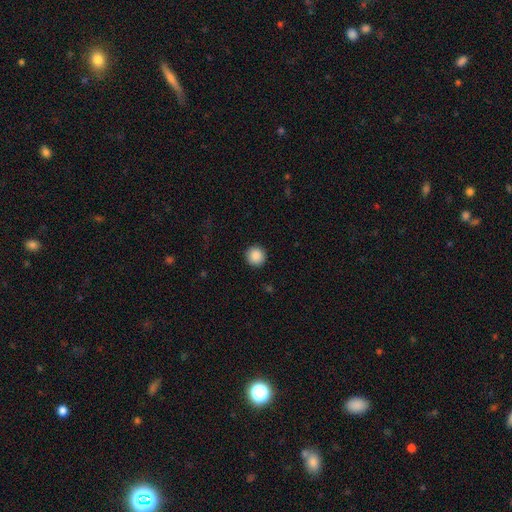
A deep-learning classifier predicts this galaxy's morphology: smooth_or_featured: smooth (p=0.89) [alt: star or artifact p=0.08]
how_rounded: round (p=0.95) [alt: in between p=0.04]
merging: none (p=0.92) [alt: minor disturbance p=0.05]